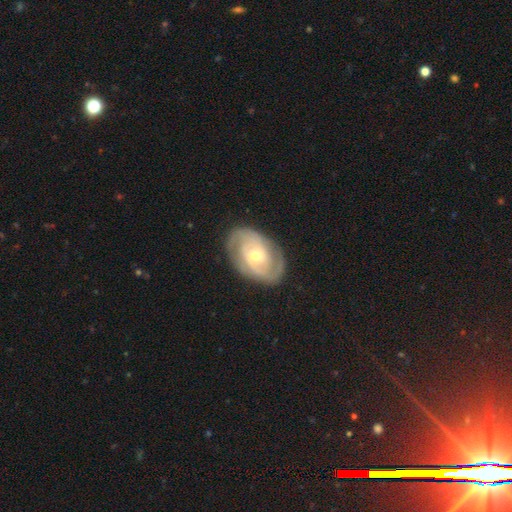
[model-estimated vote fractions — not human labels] Smooth or featured? featured or disk (81%)
Edge-on disk? no (96%)
Bar? no (60%)
Spiral arms? yes (91%)
Spiral winding? tight (57%)
Spiral arm count? 2 (69%)
Bulge size? moderate (49%)
Merging? none (81%)